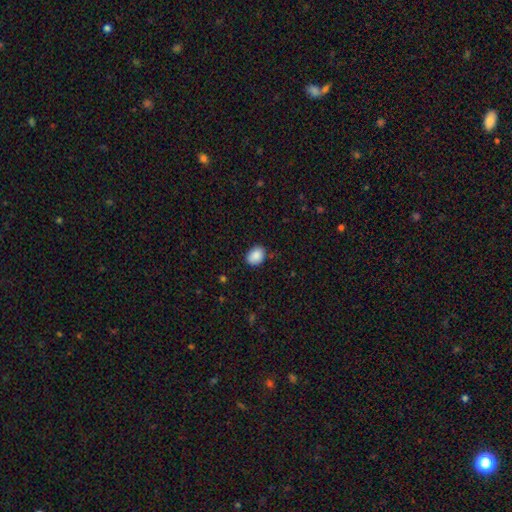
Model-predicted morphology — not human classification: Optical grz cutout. It shows a smooth galaxy with no disk features (88%) that is in between round and cigar-shaped (62%). Merging: none (81%).